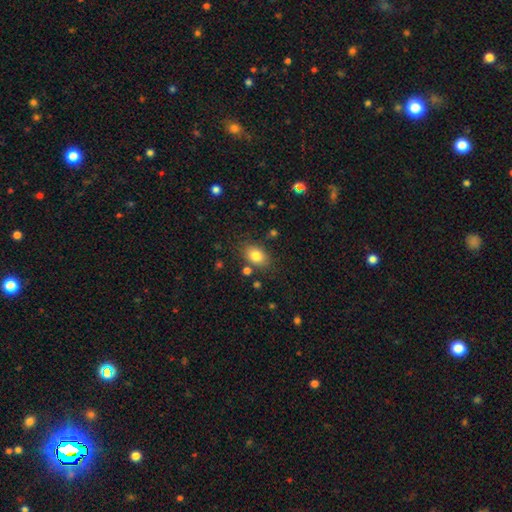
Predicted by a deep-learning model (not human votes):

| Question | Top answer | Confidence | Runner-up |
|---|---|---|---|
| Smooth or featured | smooth | 81% | star or artifact (10%) |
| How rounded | in between | 78% | round (21%) |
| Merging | none | 78% | minor disturbance (13%) |